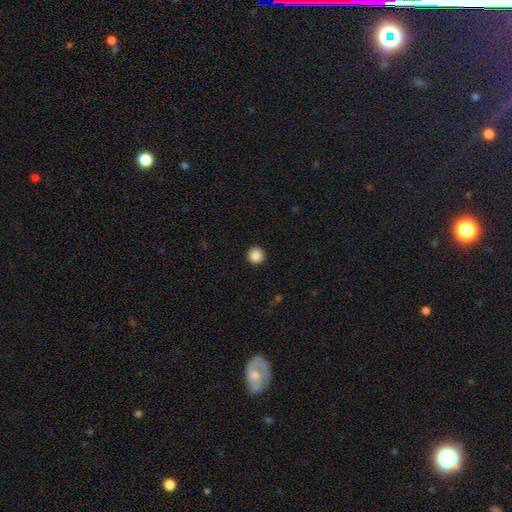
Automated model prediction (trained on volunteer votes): A smooth galaxy with no disk features (87%) that is round (95%).

Vote fractions:
- Smooth or featured? smooth: 87% / star or artifact: 10% / featured or disk: 3%
- How rounded? round: 95% / in between: 4% / cigar-shaped: 1%
- Merging? none: 93% / minor disturbance: 5% / major disturbance: 2% / merger: 1%